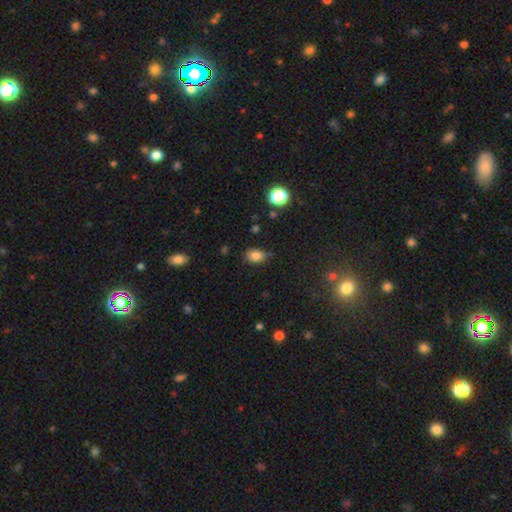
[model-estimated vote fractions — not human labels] A smooth galaxy with no disk features (83%) that is in between round and cigar-shaped (80%).

Vote fractions:
- Smooth or featured? smooth: 83% / star or artifact: 11% / featured or disk: 6%
- How rounded? in between: 80% / round: 19% / cigar-shaped: 1%
- Merging? none: 76% / minor disturbance: 18% / major disturbance: 4% / merger: 2%